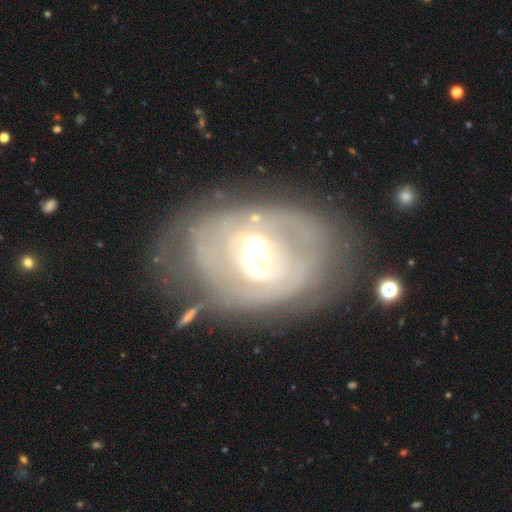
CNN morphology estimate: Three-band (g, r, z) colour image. It shows a featured or disk galaxy (79%) with a weak bar (42%), tight (62%) spiral arms (69%) and a moderate central bulge (63%). Merging: none (63%).